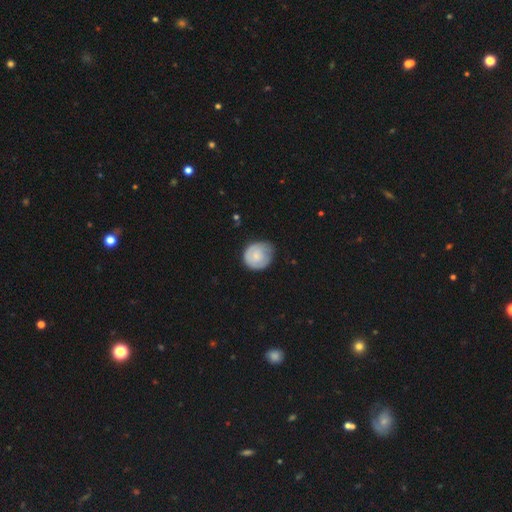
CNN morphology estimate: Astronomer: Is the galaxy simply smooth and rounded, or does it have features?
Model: smooth — 68%.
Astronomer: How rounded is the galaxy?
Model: round — 79%.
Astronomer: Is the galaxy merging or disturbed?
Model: none — 58%.